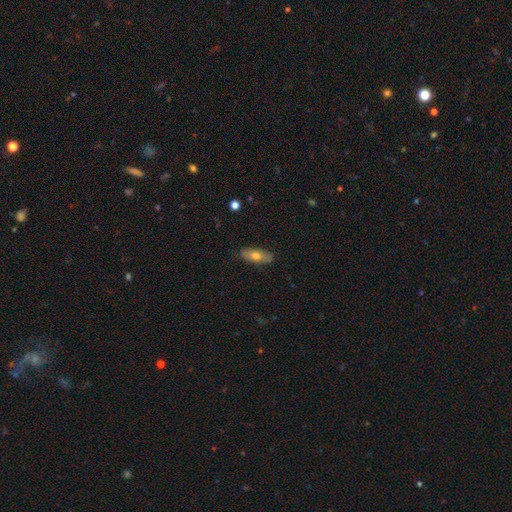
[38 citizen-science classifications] Smooth or featured? 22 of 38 (58%) said smooth. How rounded? 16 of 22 (73%) said in between. Merging? 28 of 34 (82%) said none.